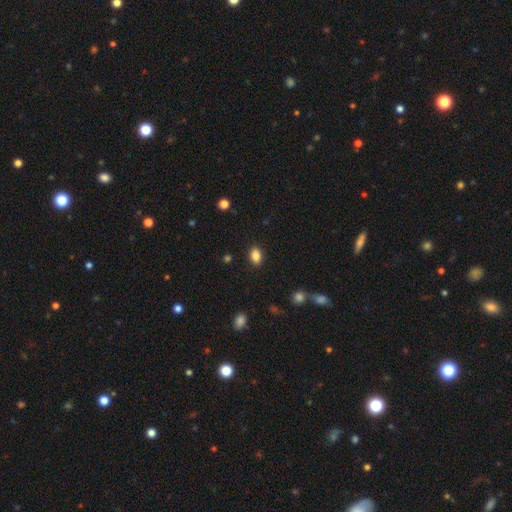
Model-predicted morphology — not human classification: smooth 86%, star or artifact 9%, featured or disk 5%. Down the decision tree: how rounded — in between (85%); merging — none (88%).